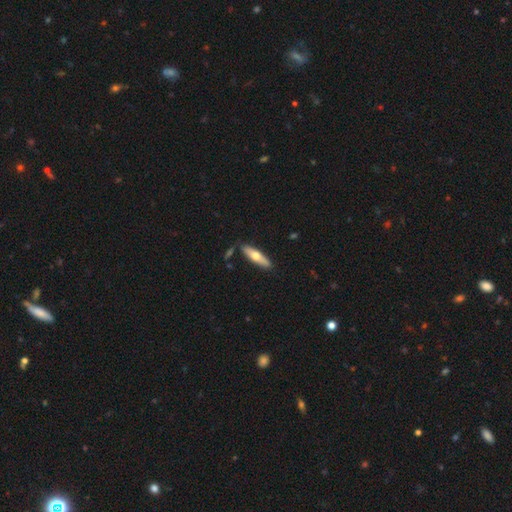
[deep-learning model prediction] Smooth or featured: smooth — 51% (featured or disk — 44%)
How rounded: cigar-shaped — 69% (in between — 29%)
Merging: none — 85% (minor disturbance — 10%)